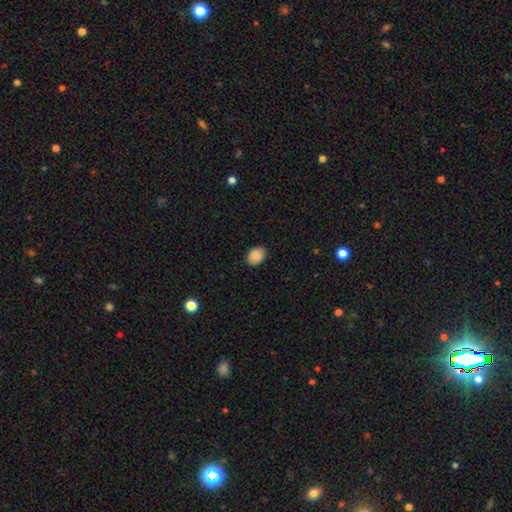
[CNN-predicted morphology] Smooth or featured? smooth (89%)
How rounded? in between (67%)
Merging? none (88%)